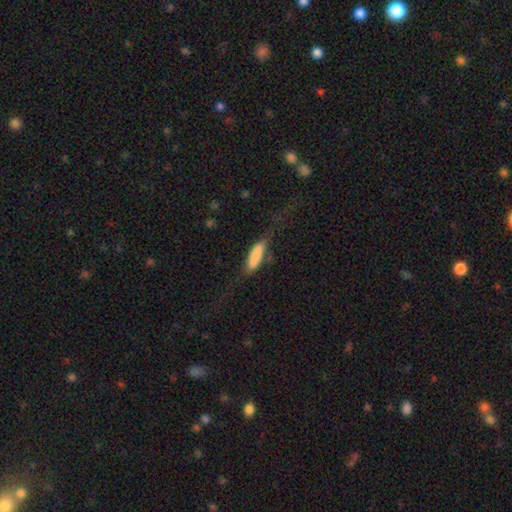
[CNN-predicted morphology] Overall: smooth (76%). How rounded: cigar-shaped (59%; in between 39%). Merging: none (44%; major disturbance 27%).